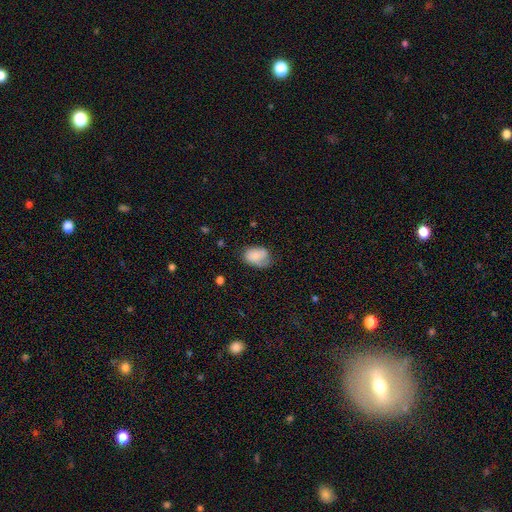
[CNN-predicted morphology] Smooth or featured: smooth — 74% (featured or disk — 18%)
How rounded: in between — 83% (round — 16%)
Merging: none — 49% (minor disturbance — 34%)